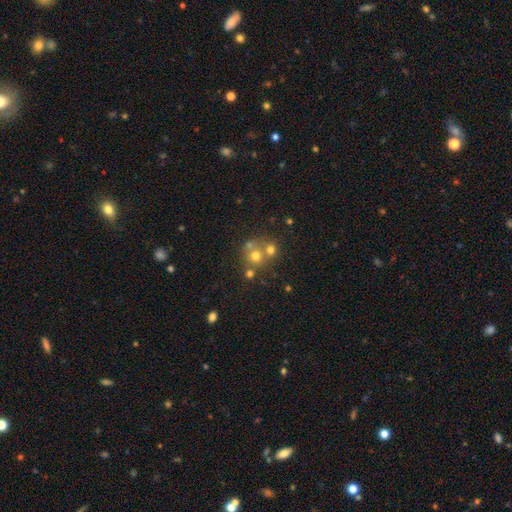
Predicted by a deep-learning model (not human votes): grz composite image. It shows a smooth galaxy with no disk features (62%) that is round (88%). Merging: none (52%).